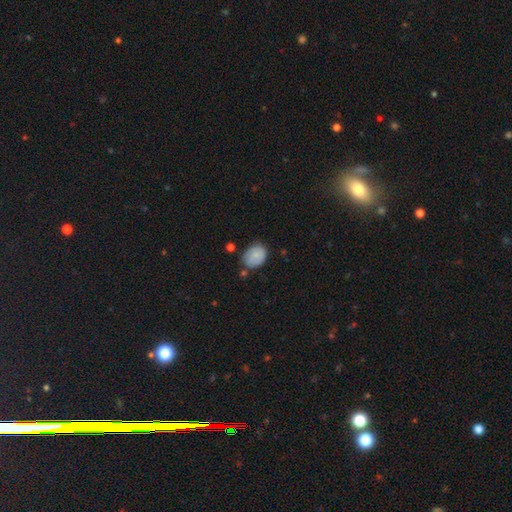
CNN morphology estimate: smooth_or_featured: smooth (p=0.71) [alt: featured or disk p=0.21]
how_rounded: in between (p=0.66) [alt: round p=0.33]
merging: none (p=0.66) [alt: minor disturbance p=0.23]